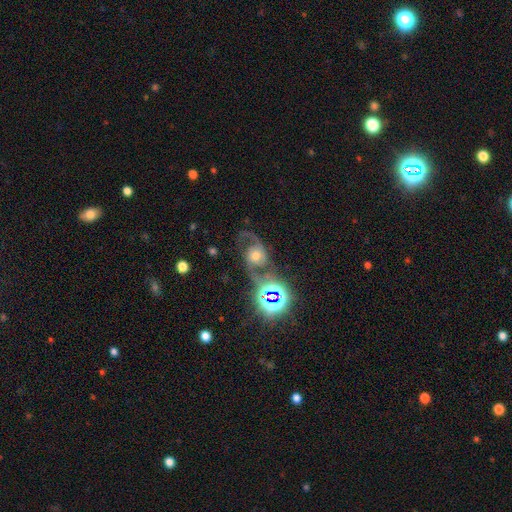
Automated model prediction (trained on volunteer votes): Morphology: type=featured or disk (72%); edge-on=no (97%); bar=no (72%); spiral arms=yes (93%); winding=loose (56%); arm count=2 (85%); bulge=moderate (61%); merging=none (49%).